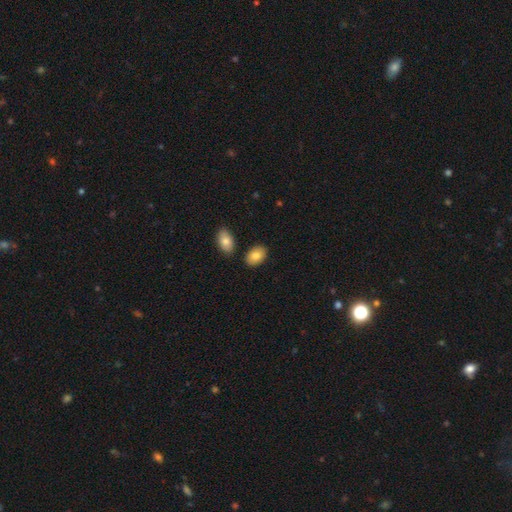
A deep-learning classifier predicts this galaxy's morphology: Smooth or featured?
  - smooth: 84% *
  - featured or disk: 9%
  - star or artifact: 7%
How rounded?
  - in between: 91% *
  - round: 8%
  - cigar-shaped: 1%
Merging?
  - none: 82% *
  - minor disturbance: 10%
  - merger: 6%
  - major disturbance: 2%